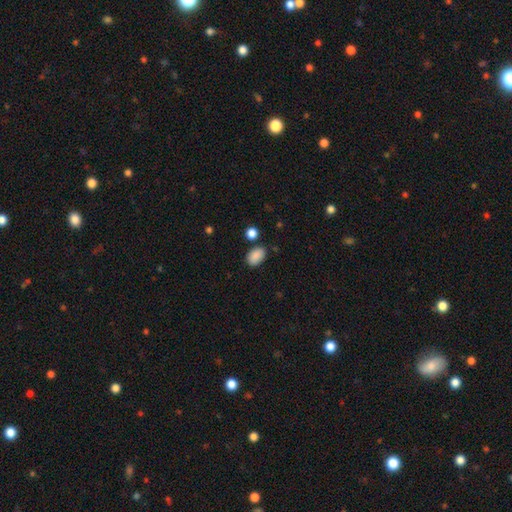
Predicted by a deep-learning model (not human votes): A smooth galaxy with no disk features (88%) that is in between round and cigar-shaped (88%).

Vote fractions:
- Smooth or featured? smooth: 88% / star or artifact: 8% / featured or disk: 4%
- How rounded? in between: 88% / round: 11% / cigar-shaped: 1%
- Merging? none: 79% / minor disturbance: 13% / merger: 5% / major disturbance: 3%